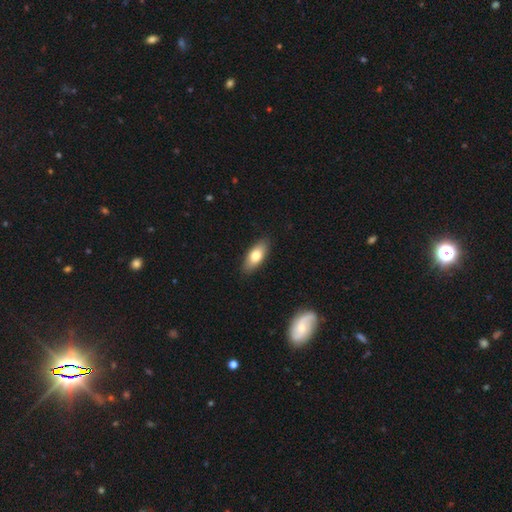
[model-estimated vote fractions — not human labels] Q: Smooth or featured?
A: smooth (73%); runner-up: featured or disk (20%)
Q: How rounded?
A: in between (81%); runner-up: cigar-shaped (16%)
Q: Merging?
A: none (88%); runner-up: minor disturbance (9%)